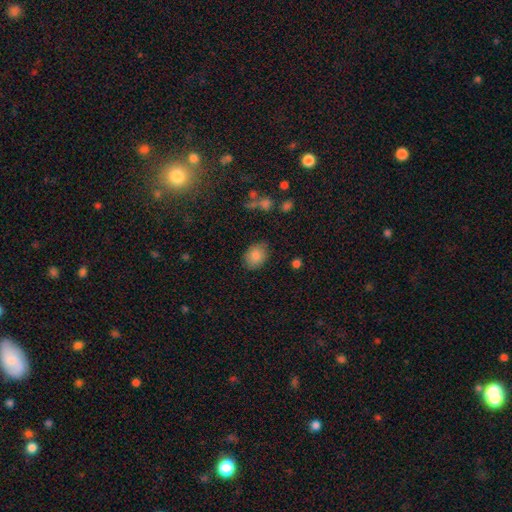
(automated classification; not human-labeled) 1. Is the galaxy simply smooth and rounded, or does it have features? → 85% smooth, 8% star or artifact, 7% featured or disk.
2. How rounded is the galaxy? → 65% in between, 34% round, 1% cigar-shaped.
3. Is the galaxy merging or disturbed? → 81% none, 14% minor disturbance, 3% major disturbance, 1% merger.